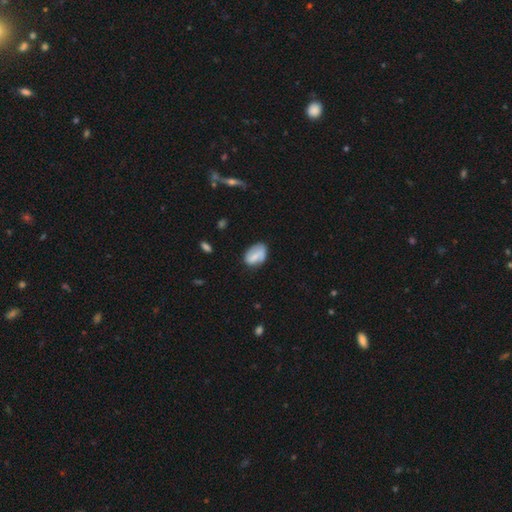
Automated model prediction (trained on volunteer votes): The model was most divided on "smooth or featured": smooth: 64%, featured or disk: 28%, star or artifact: 7%. More confident: how rounded — in between (86%); merging — none (64%).